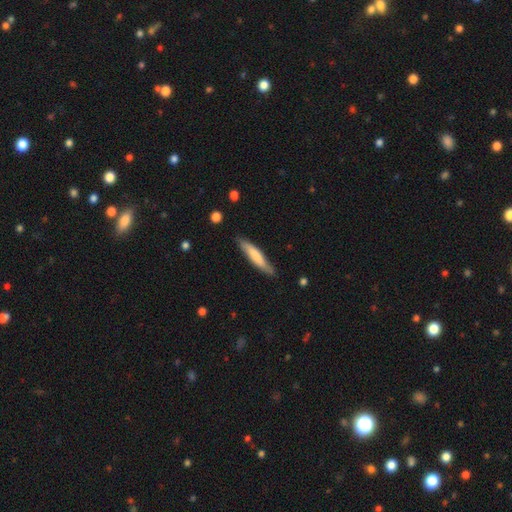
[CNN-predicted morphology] Smooth or featured? smooth (67%)
How rounded? cigar-shaped (86%)
Merging? none (81%)